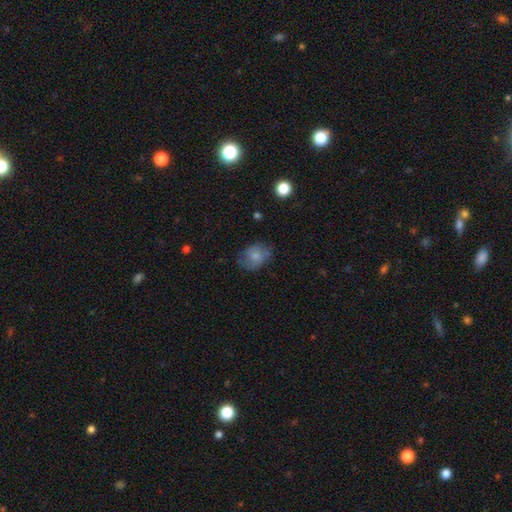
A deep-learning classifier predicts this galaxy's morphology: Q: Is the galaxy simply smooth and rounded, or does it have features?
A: smooth — 69%.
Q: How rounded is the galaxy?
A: in between — 64%.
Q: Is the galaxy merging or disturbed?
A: none — 63%.